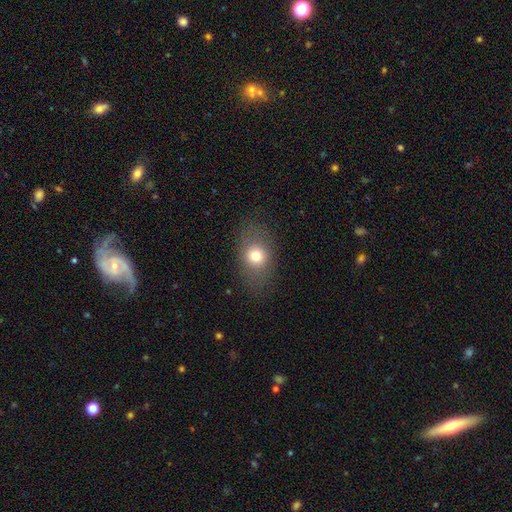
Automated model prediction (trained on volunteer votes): Q: Smooth or featured?
A: smooth (74%); runner-up: featured or disk (15%)
Q: How rounded?
A: in between (58%); runner-up: round (40%)
Q: Merging?
A: none (81%); runner-up: minor disturbance (12%)